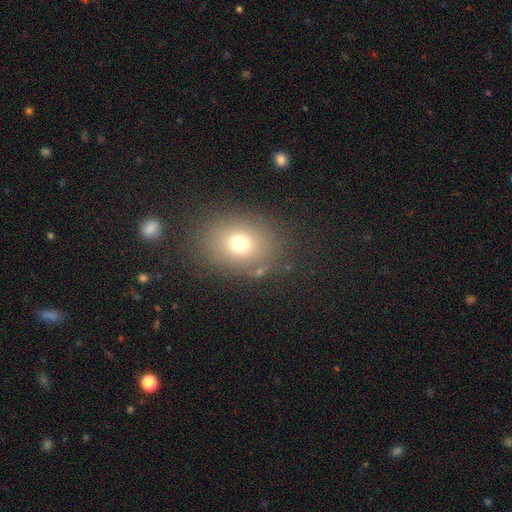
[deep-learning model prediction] Smooth or featured? smooth (66%)
How rounded? in between (52%)
Merging? none (84%)